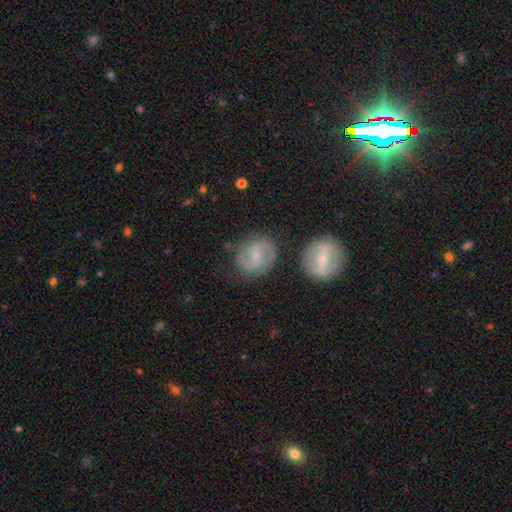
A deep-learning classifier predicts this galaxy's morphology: The model was most divided on "spiral winding": medium: 50%, loose: 28%, tight: 22%. More confident: edge-on disk — no (97%); spiral arms — yes (91%); spiral arm count — 2 (88%); merging — none (77%); smooth or featured — featured or disk (71%); bulge size — small (57%); bar — weak (53%).